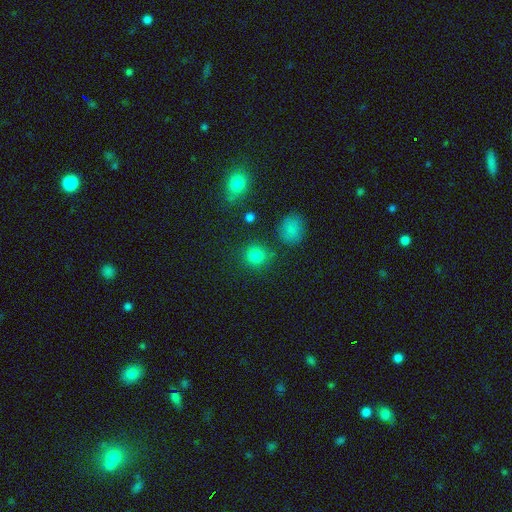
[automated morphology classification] The model was most divided on "smooth or featured": smooth: 81%, star or artifact: 14%, featured or disk: 5%. More confident: how rounded — round (90%); merging — none (82%).